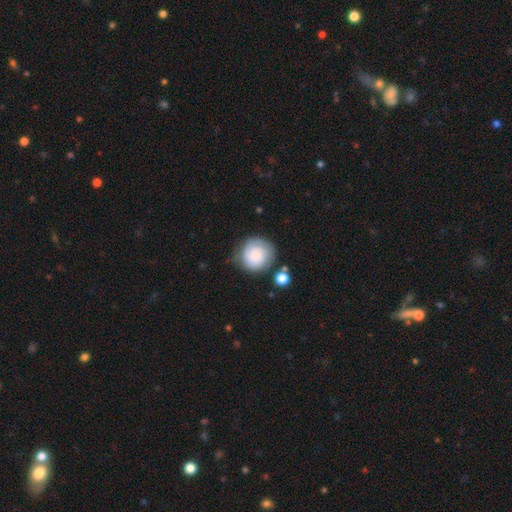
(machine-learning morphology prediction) A smooth galaxy with no disk features (69%) that is round (91%). Merging: none (67%).